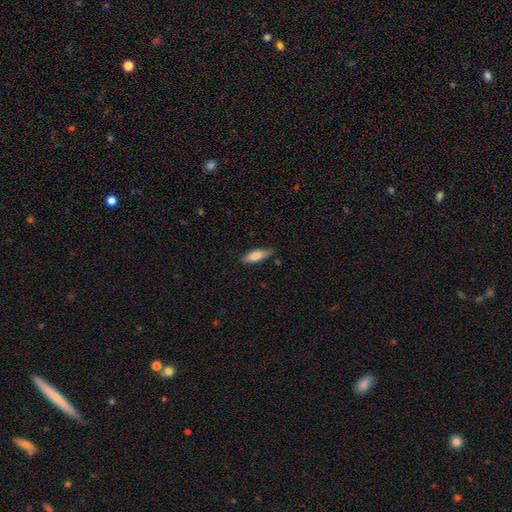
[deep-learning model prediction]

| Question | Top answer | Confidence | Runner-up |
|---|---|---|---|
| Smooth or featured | smooth | 72% | featured or disk (21%) |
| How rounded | in between | 52% | cigar-shaped (46%) |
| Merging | none | 78% | minor disturbance (17%) |